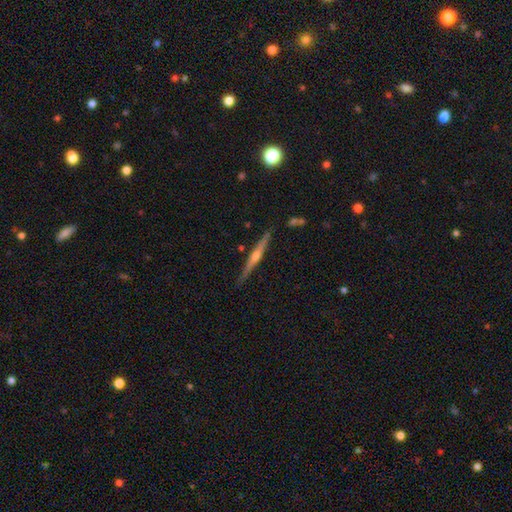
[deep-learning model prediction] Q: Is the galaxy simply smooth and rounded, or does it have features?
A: featured or disk — 80%.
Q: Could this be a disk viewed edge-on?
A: yes — 98%.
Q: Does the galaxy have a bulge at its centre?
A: rounded — 85%.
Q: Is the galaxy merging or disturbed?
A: none — 88%.